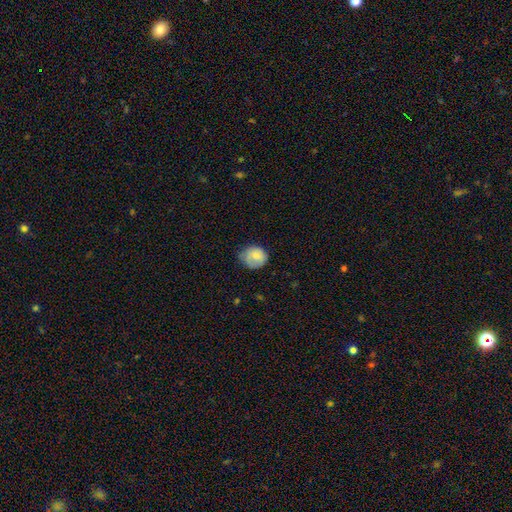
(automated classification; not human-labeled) Q: Smooth or featured?
A: smooth (78%); runner-up: featured or disk (15%)
Q: How rounded?
A: round (76%); runner-up: in between (23%)
Q: Merging?
A: none (59%); runner-up: minor disturbance (31%)